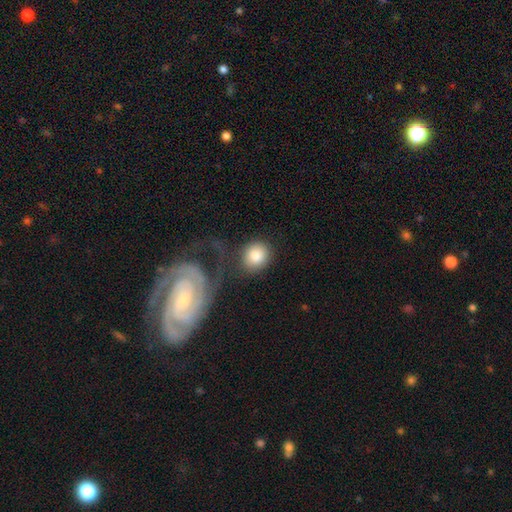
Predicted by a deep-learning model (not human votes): The model was most divided on "merging": none: 65%, minor disturbance: 14%, merger: 12%, major disturbance: 9%. More confident: smooth or featured — smooth (84%); how rounded — round (78%).